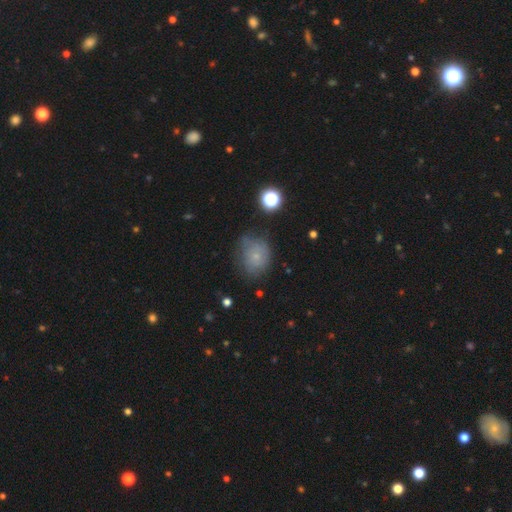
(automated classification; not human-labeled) smooth 65%, featured or disk 19%, star or artifact 15%. Down the decision tree: how rounded — round (62%); merging — none (56%).